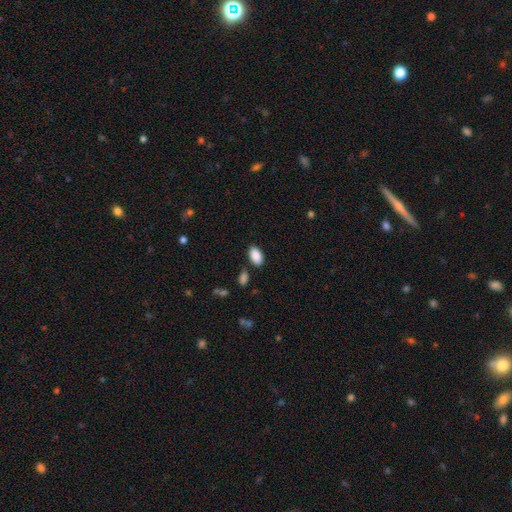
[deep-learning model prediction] A smooth galaxy with no disk features (89%) that is in between round and cigar-shaped (93%).

Vote fractions:
- Smooth or featured? smooth: 89% / star or artifact: 7% / featured or disk: 4%
- How rounded? in between: 93% / round: 6% / cigar-shaped: 1%
- Merging? none: 82% / minor disturbance: 11% / merger: 4% / major disturbance: 3%